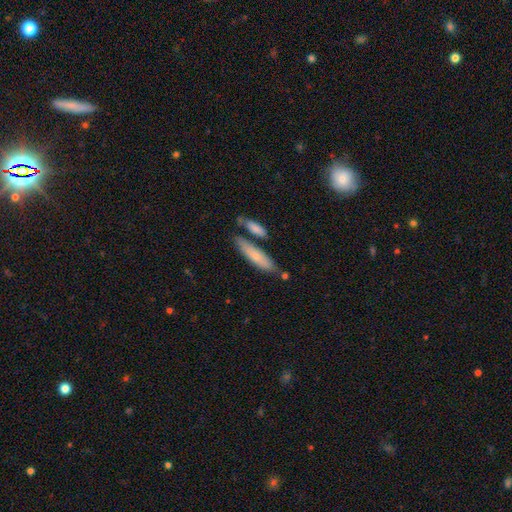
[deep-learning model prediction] smooth 69%, featured or disk 25%, star or artifact 6%. Down the decision tree: how rounded — cigar-shaped (72%); merging — none (67%).